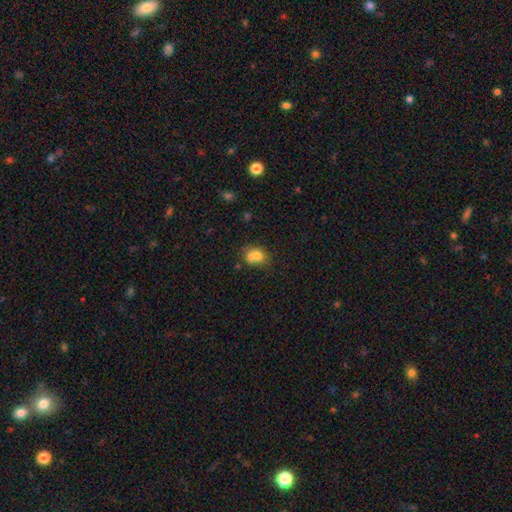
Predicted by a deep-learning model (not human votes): The model was most divided on "how rounded": round: 50%, in between: 49%, cigar-shaped: 1%. Remaining: smooth or featured — smooth (72%); merging — merger (44%).